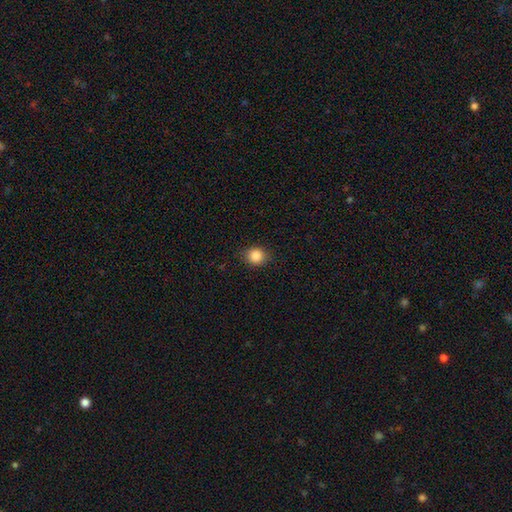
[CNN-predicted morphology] A smooth galaxy with no disk features (86%) that is round (82%).

Vote fractions:
- Smooth or featured? smooth: 86% / star or artifact: 10% / featured or disk: 4%
- How rounded? round: 82% / in between: 17% / cigar-shaped: 1%
- Merging? none: 88% / minor disturbance: 9% / major disturbance: 2% / merger: 1%